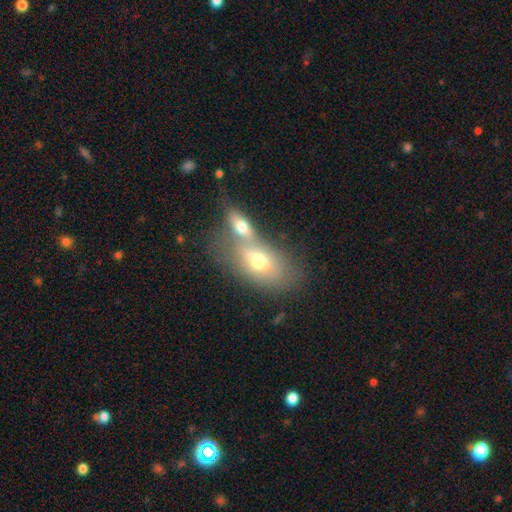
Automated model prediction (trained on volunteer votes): Smooth or featured? smooth (63%)
How rounded? in between (82%)
Merging? merger (60%)